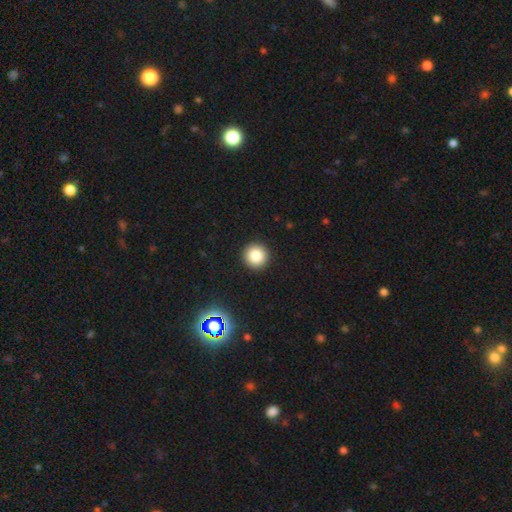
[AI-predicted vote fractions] This is clearly a smooth galaxy (84%). How rounded: clearly round (96%). Merging: clearly none (93%).